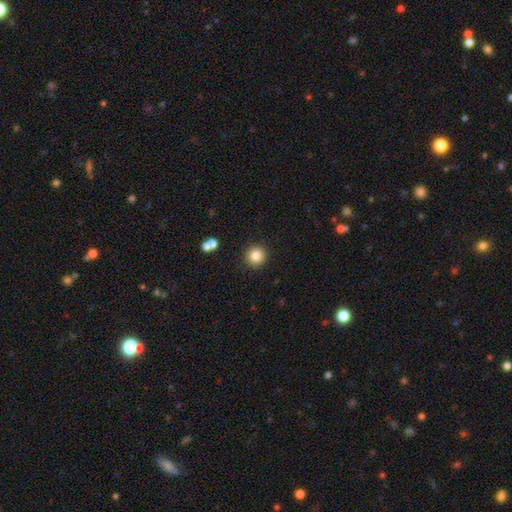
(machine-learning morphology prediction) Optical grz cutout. It shows a smooth galaxy with no disk features (83%) that is round (94%). Merging: none (90%).